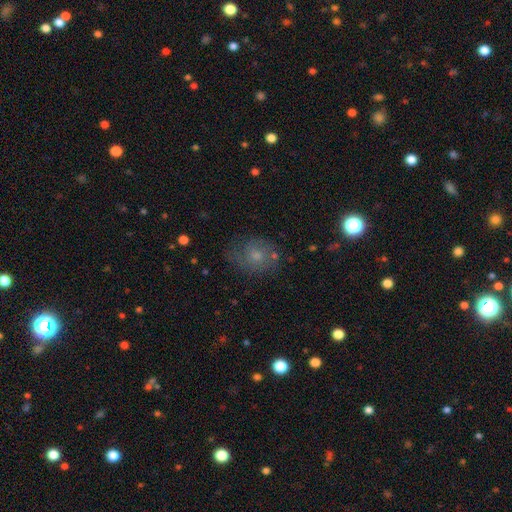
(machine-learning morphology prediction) Smooth or featured? Predicted: smooth (p=0.52). How rounded? Predicted: round (p=0.63). Merging? Predicted: none (p=0.62).